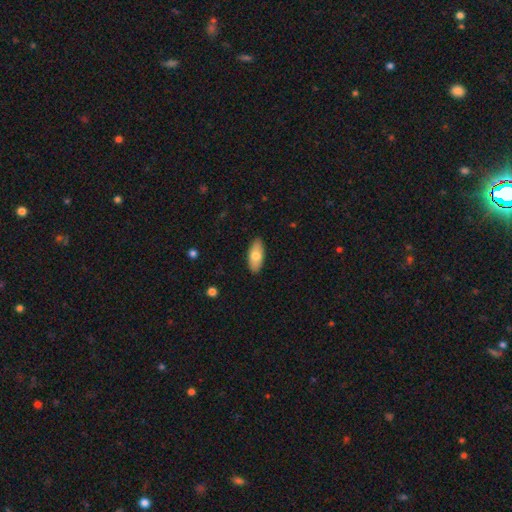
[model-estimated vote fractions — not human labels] Smooth or featured? Predicted: smooth (p=0.74). How rounded? Predicted: in between (p=0.86). Merging? Predicted: none (p=0.88).